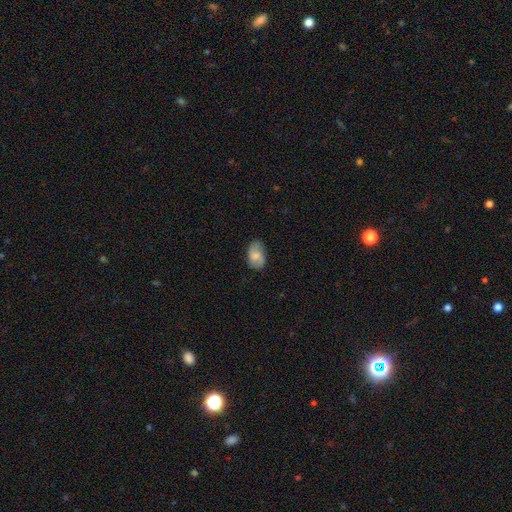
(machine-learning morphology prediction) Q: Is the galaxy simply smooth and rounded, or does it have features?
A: smooth — 63%.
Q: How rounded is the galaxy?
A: in between — 89%.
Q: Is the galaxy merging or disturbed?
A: none — 68%.